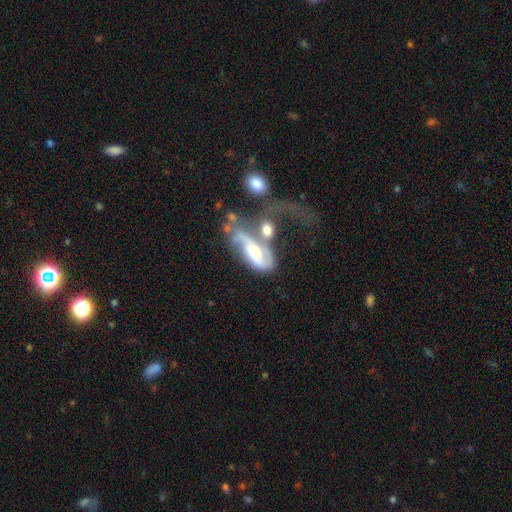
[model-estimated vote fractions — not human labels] Morphology: type=featured or disk (64%); edge-on=no (82%); bar=no (55%); spiral arms=yes (61%); bulge=moderate (57%); merging=merger (49%).